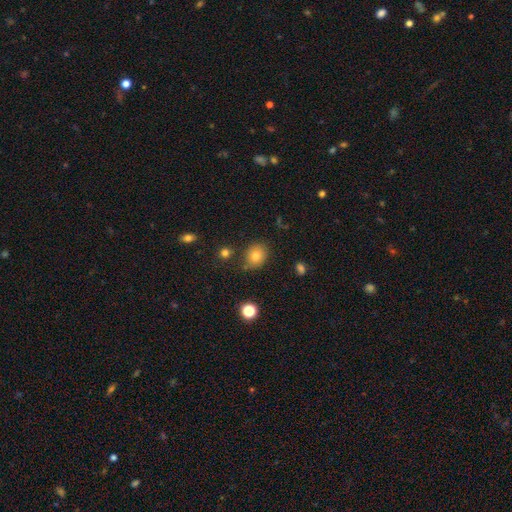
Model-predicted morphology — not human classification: A smooth galaxy with no disk features (80%) that is round (64%). Merging: none (74%).